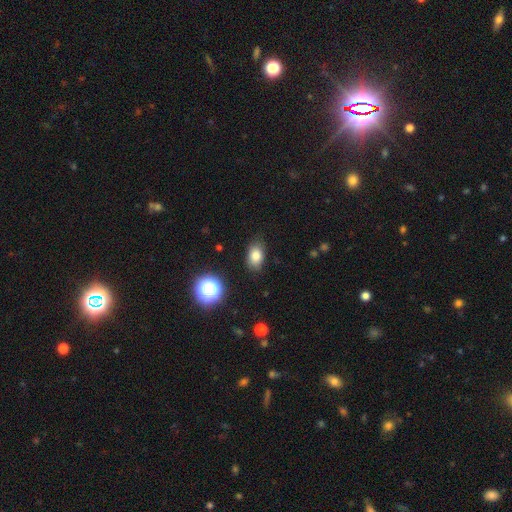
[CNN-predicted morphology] smooth_or_featured: smooth (p=0.81) [alt: star or artifact p=0.11]
how_rounded: in between (p=0.81) [alt: round p=0.17]
merging: none (p=0.82) [alt: minor disturbance p=0.14]